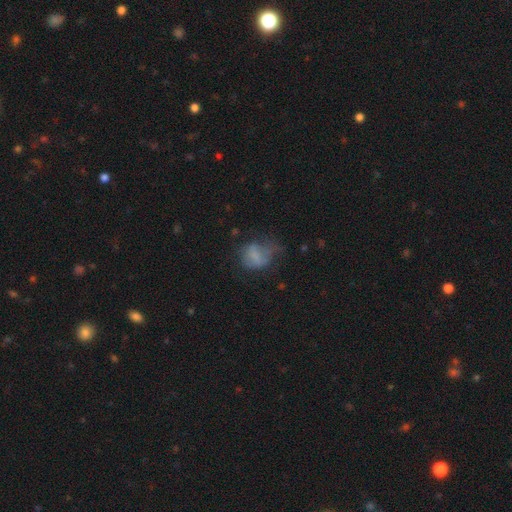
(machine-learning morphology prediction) Smooth or featured? Predicted: smooth (p=0.63). How rounded? Predicted: in between (p=0.57). Merging? Predicted: major disturbance (p=0.37).